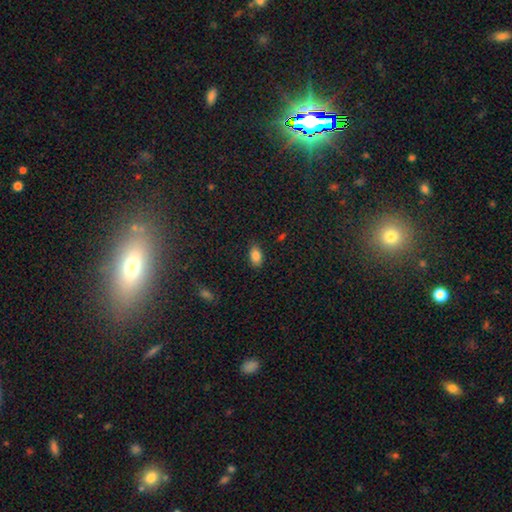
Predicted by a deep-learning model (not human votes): The model was most divided on "merging": none: 84%, minor disturbance: 13%, major disturbance: 3%, merger: 1%. More confident: how rounded — in between (91%); smooth or featured — smooth (85%).